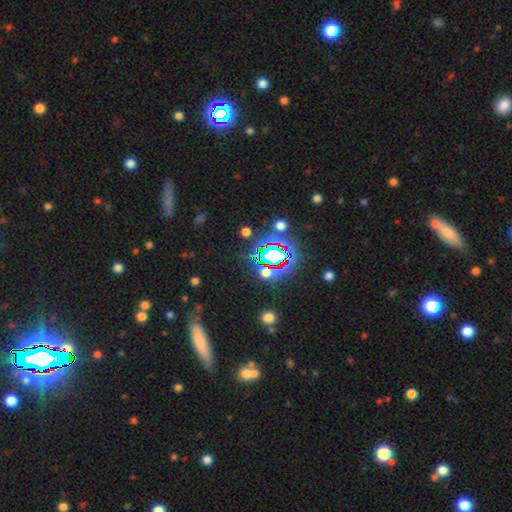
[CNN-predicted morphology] Smooth or featured? Predicted: star or artifact (p=0.70).